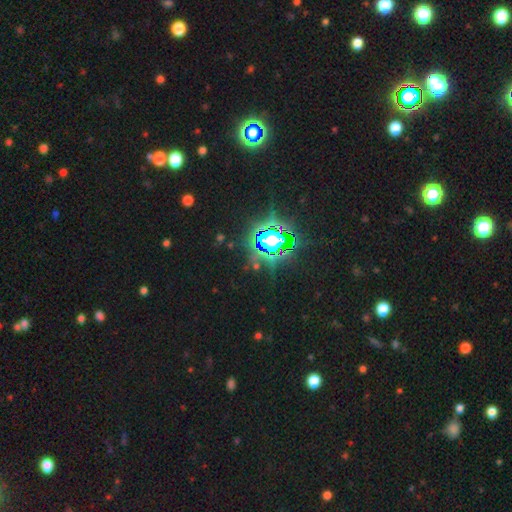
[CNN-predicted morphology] A star or artifact, not a galaxy (80%).